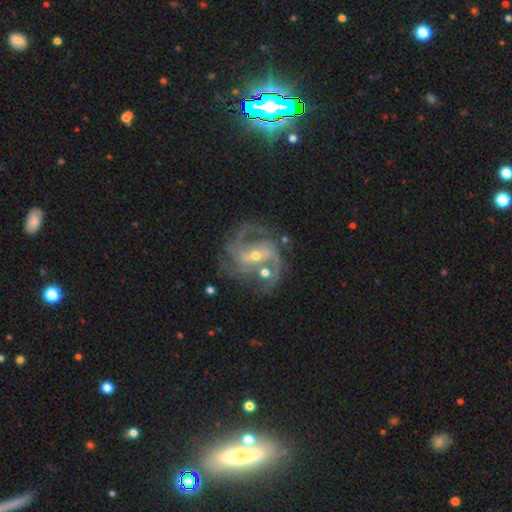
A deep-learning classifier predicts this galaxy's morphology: featured or disk 91%, star or artifact 5%, smooth 4%. Down the decision tree: edge-on disk — no (98%); bar — weak (43%); spiral arms — yes (98%); spiral arm count — 3 (37%); spiral winding — medium (55%); bulge size — small (49%); merging — none (60%).